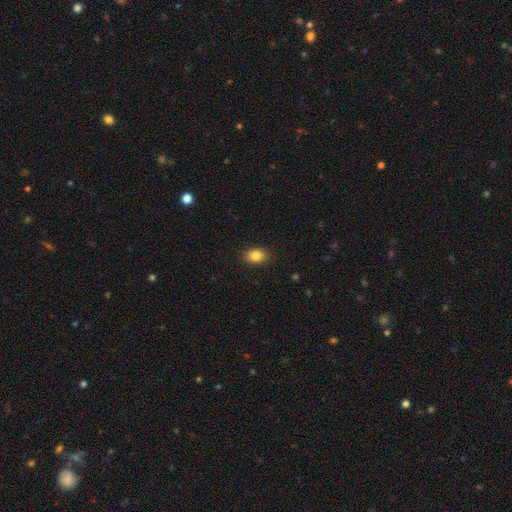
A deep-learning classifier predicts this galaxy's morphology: Smooth or featured? Predicted: smooth (p=0.85). How rounded? Predicted: in between (p=0.77). Merging? Predicted: none (p=0.88).